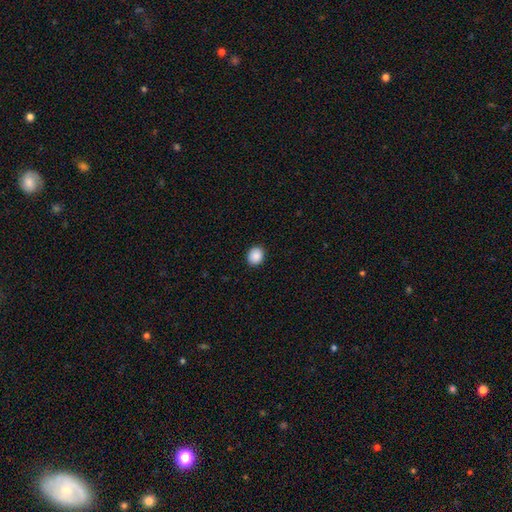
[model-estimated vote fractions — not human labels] Smooth or featured? smooth (90%)
How rounded? round (71%)
Merging? none (92%)